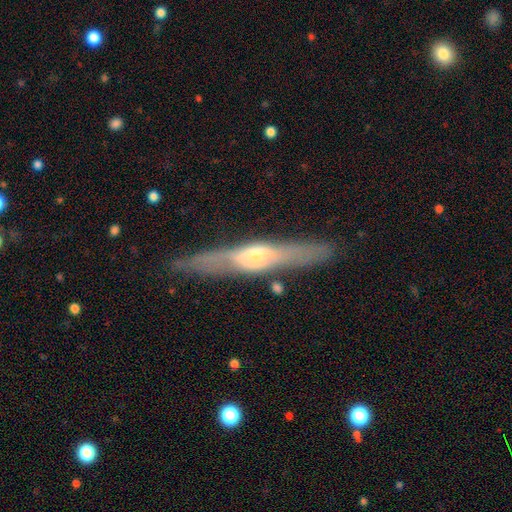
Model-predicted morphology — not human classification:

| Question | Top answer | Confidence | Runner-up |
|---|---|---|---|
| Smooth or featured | featured or disk | 74% | smooth (20%) |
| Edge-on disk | yes | 89% | no (11%) |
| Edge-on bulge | rounded | 75% | none (13%) |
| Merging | none | 85% | minor disturbance (11%) |